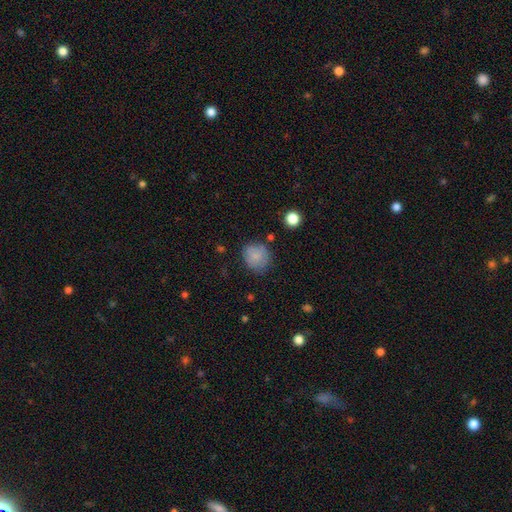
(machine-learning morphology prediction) type=smooth (80%); roundness=round (80%); merging=none (70%).